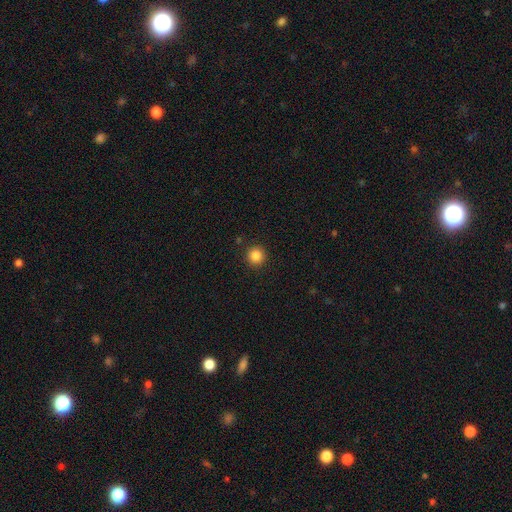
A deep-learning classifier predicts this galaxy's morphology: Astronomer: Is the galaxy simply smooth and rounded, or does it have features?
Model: smooth — 86%.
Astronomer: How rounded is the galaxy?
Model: round — 95%.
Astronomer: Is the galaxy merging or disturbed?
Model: none — 92%.